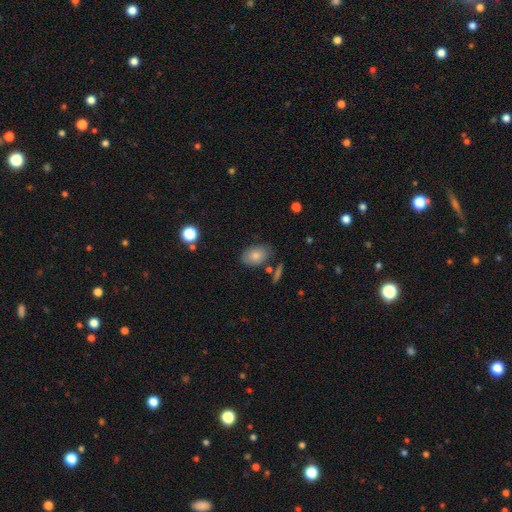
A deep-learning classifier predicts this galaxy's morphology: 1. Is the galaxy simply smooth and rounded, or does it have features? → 79% smooth, 13% featured or disk, 8% star or artifact.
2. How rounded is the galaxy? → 84% in between, 14% round, 2% cigar-shaped.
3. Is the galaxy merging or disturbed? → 73% none, 17% minor disturbance, 6% merger, 4% major disturbance.